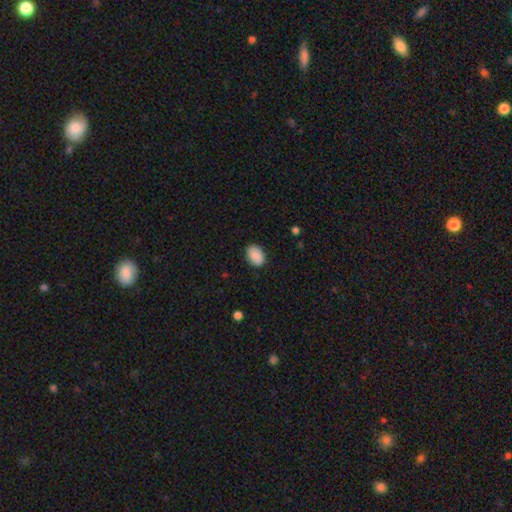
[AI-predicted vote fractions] smooth 88%, star or artifact 7%, featured or disk 5%. Down the decision tree: how rounded — in between (81%); merging — none (86%).